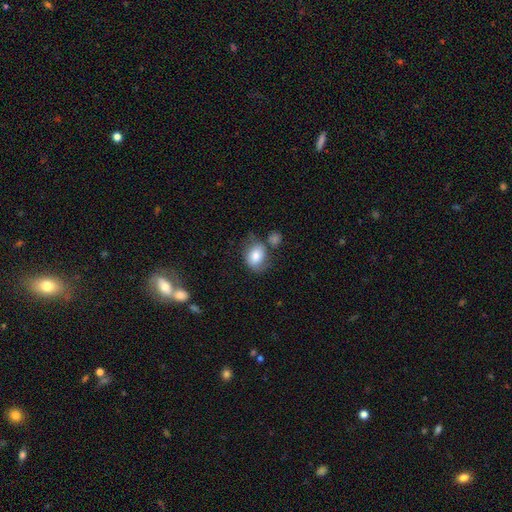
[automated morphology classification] A smooth galaxy with no disk features (77%) that is in between round and cigar-shaped (62%).

Vote fractions:
- Smooth or featured? smooth: 77% / featured or disk: 15% / star or artifact: 8%
- How rounded? in between: 62% / round: 37% / cigar-shaped: 1%
- Merging? none: 47% / minor disturbance: 23% / merger: 19% / major disturbance: 11%